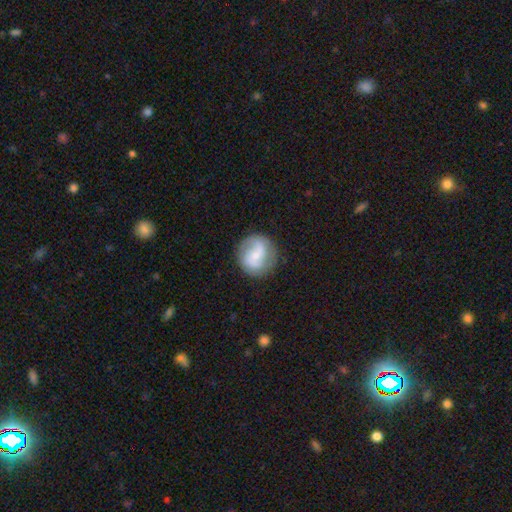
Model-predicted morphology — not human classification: Smooth or featured: featured or disk — 65% (smooth — 29%)
Edge-on disk: no — 98% (yes — 2%)
Bar: no — 44% (weak — 42%)
Spiral arms: yes — 88% (no — 12%)
Spiral winding: medium — 45% (loose — 29%)
Spiral arm count: 2 — 83% (can't tell — 9%)
Bulge size: small — 64% (moderate — 30%)
Merging: none — 81% (minor disturbance — 13%)